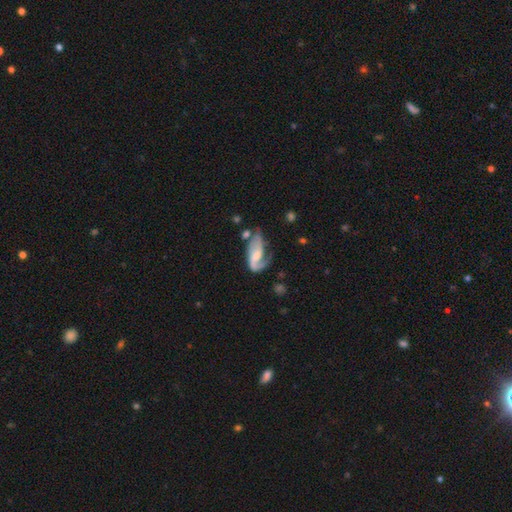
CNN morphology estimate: smooth_or_featured: featured or disk (p=0.69) [alt: smooth p=0.24]
disk_edge_on: no (p=0.95) [alt: yes p=0.05]
bar: no (p=0.45) [alt: weak p=0.36]
has_spiral_arms: yes (p=0.87) [alt: no p=0.13]
spiral_winding: loose (p=0.44) [alt: medium p=0.38]
spiral_arm_count: 2 (p=0.54) [alt: 1 p=0.34]
bulge_size: small (p=0.31) [alt: none p=0.29]
merging: major disturbance (p=0.35) [alt: none p=0.31]